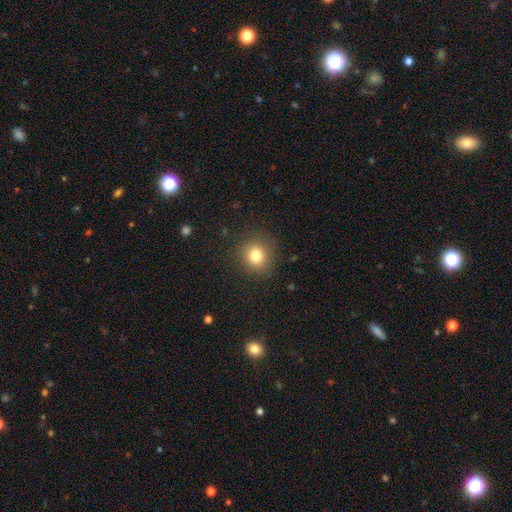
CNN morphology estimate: A smooth galaxy with no disk features (80%) that is round (86%).

Vote fractions:
- Smooth or featured? smooth: 80% / star or artifact: 12% / featured or disk: 7%
- How rounded? round: 86% / in between: 13% / cigar-shaped: 1%
- Merging? none: 88% / minor disturbance: 8% / major disturbance: 3% / merger: 1%